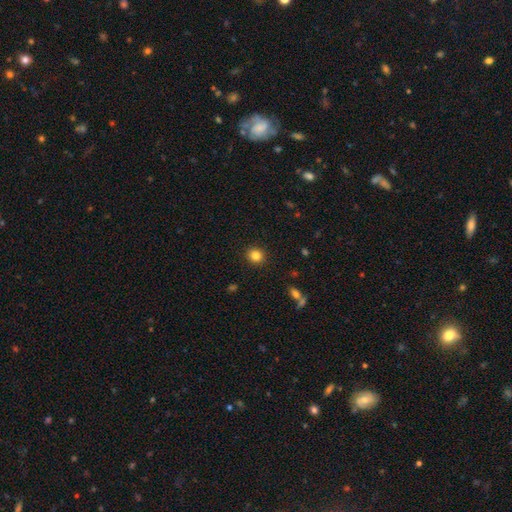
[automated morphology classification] Q: Smooth or featured?
A: smooth (83%); runner-up: star or artifact (11%)
Q: How rounded?
A: round (85%); runner-up: in between (14%)
Q: Merging?
A: none (91%); runner-up: minor disturbance (6%)